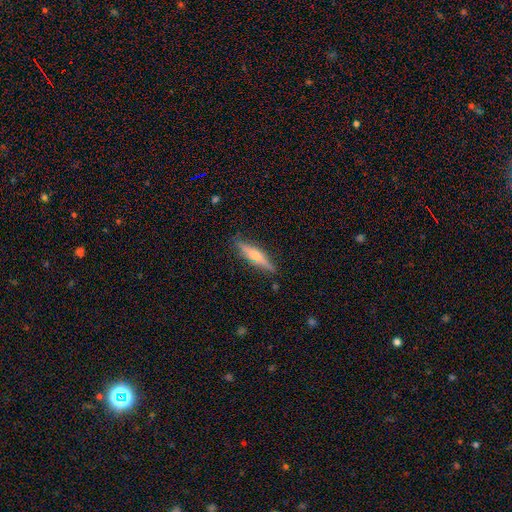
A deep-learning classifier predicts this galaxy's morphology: A featured or disk galaxy (58%) viewed edge-on (96%) with a rounded central bulge (84%).

Vote fractions:
- Smooth or featured? featured or disk: 58% / smooth: 36% / star or artifact: 6%
- Edge-on disk? yes: 96% / no: 4%
- Edge-on bulge? rounded: 84% / none: 9% / boxy: 7%
- Merging? none: 86% / minor disturbance: 10% / major disturbance: 2% / merger: 1%